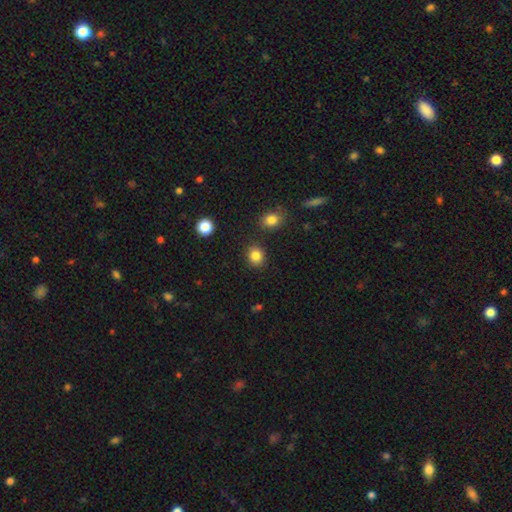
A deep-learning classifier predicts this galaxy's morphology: smooth-or-featured: smooth: 85% | star or artifact: 11% | featured or disk: 5%
  how-rounded: round: 71% | in between: 28% | cigar-shaped: 1%
  merging: none: 86% | minor disturbance: 8% | merger: 3% | major disturbance: 3%